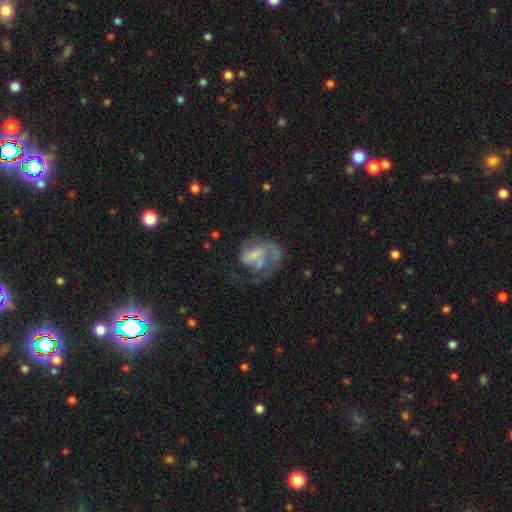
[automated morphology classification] A featured or disk galaxy (74%) with no bar (50%), 1 (49%) medium (44%) spiral arms (80%) and a small central bulge (53%).

Vote fractions:
- Smooth or featured? featured or disk: 74% / smooth: 19% / star or artifact: 7%
- Edge-on disk? no: 98% / yes: 2%
- Bar? no: 50% / weak: 39% / strong: 11%
- Spiral arms? yes: 80% / no: 20%
- Spiral winding? medium: 44% / loose: 32% / tight: 24%
- Spiral arm count? 1: 49% / 2: 29% / can't tell: 14% / 3: 5% / 4: 2% / more than 4: 2%
- Bulge size? small: 53% / moderate: 25% / none: 17% / large: 4% / dominant: 1%
- Merging? major disturbance: 46% / none: 31% / minor disturbance: 16% / merger: 6%